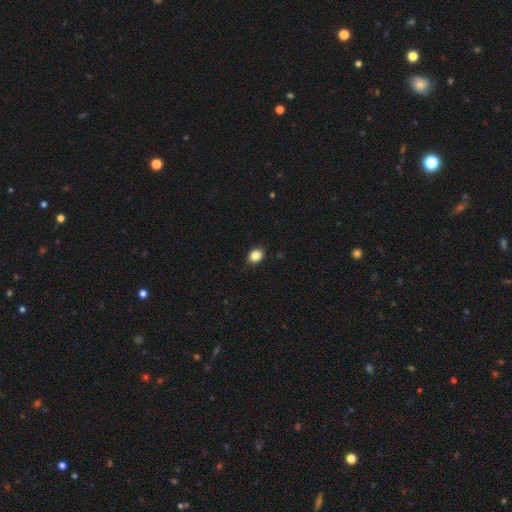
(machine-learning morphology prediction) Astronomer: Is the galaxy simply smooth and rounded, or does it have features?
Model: smooth — 86%.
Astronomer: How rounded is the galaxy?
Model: in between — 56% (runner-up: round, 43%).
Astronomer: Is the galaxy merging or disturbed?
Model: none — 86%.